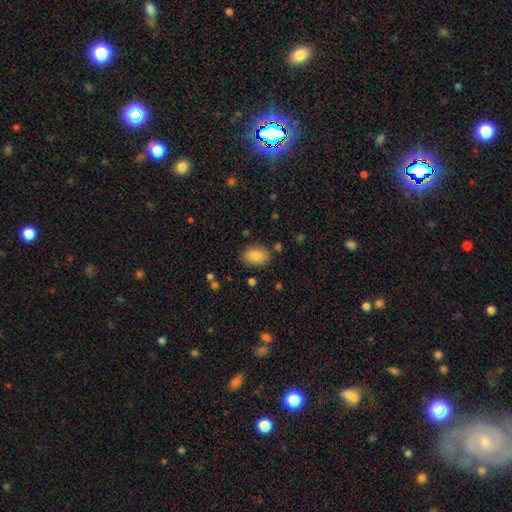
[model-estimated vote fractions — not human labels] The model was most divided on "how rounded": in between: 83%, round: 15%, cigar-shaped: 1%. More confident: smooth or featured — smooth (84%); merging — none (82%).